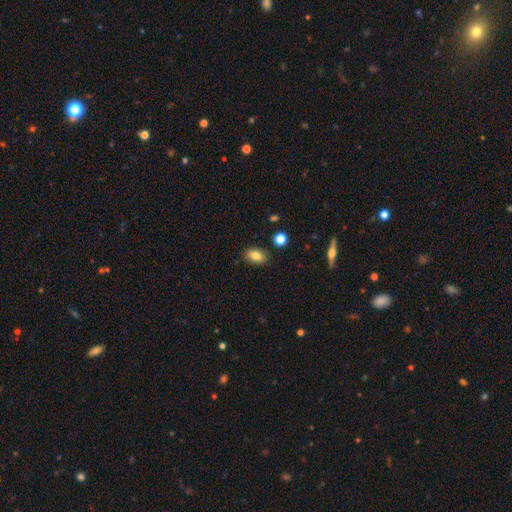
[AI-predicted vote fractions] Smooth or featured? Predicted: smooth (p=0.83). How rounded? Predicted: in between (p=0.88). Merging? Predicted: none (p=0.86).